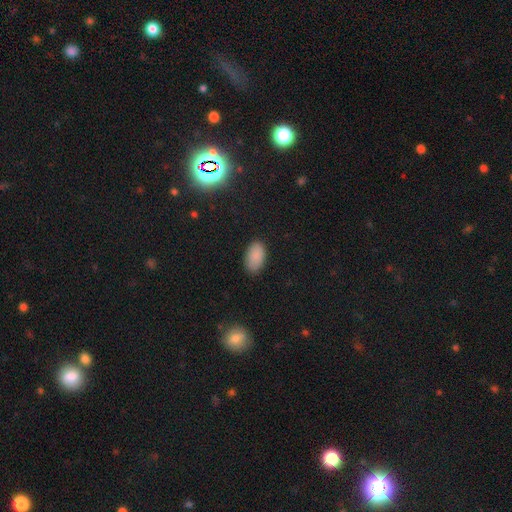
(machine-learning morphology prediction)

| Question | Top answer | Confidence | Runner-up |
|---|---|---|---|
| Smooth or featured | smooth | 88% | star or artifact (8%) |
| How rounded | in between | 94% | round (4%) |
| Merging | none | 86% | minor disturbance (11%) |